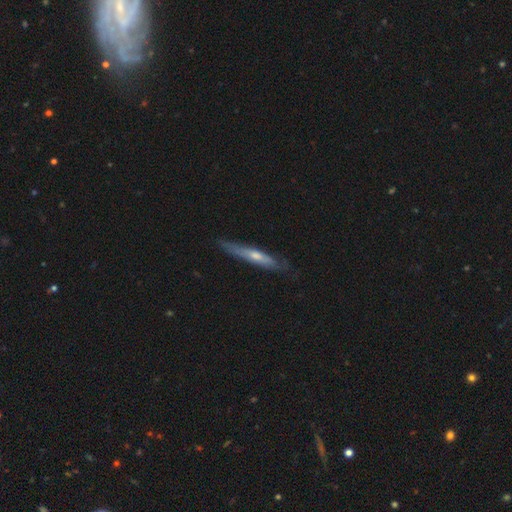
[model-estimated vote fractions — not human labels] A featured or disk galaxy (58%) viewed edge-on (84%). Merging: none (76%).